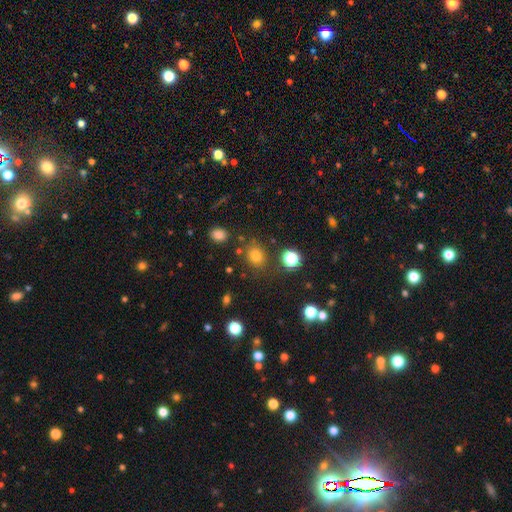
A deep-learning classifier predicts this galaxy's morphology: Smooth or featured: smooth — 77% (star or artifact — 16%)
How rounded: round — 65% (in between — 34%)
Merging: none — 78% (minor disturbance — 12%)